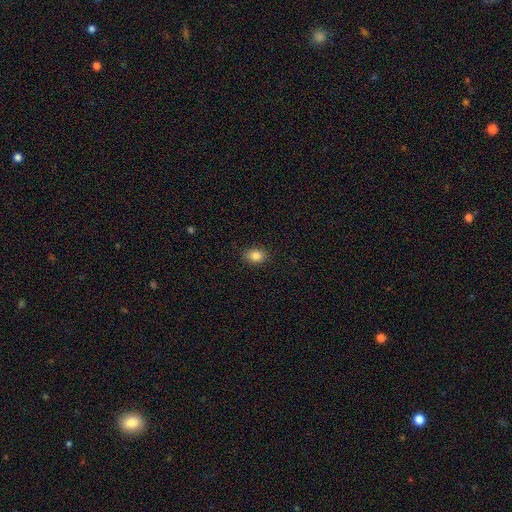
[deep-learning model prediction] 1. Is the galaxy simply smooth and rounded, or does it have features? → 85% smooth, 9% star or artifact, 5% featured or disk.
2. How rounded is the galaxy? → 74% in between, 24% round, 1% cigar-shaped.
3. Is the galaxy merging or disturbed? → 87% none, 9% minor disturbance, 2% major disturbance, 1% merger.